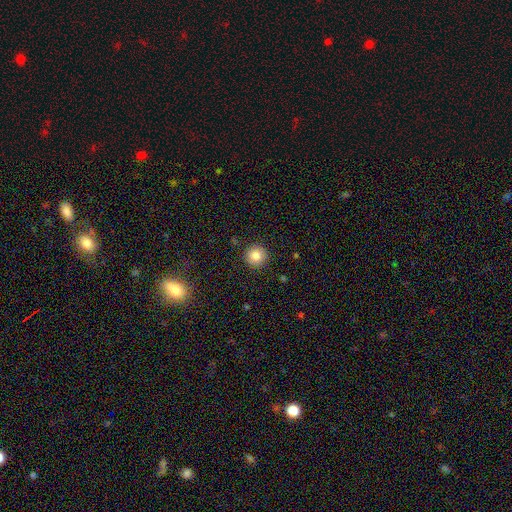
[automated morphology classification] type=smooth (83%); roundness=round (95%); merging=none (91%).